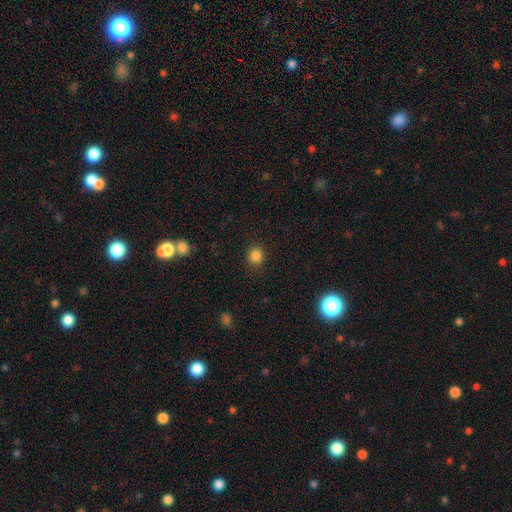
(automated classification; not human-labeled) Q: Smooth or featured?
A: smooth (84%); runner-up: star or artifact (12%)
Q: How rounded?
A: round (85%); runner-up: in between (14%)
Q: Merging?
A: none (90%); runner-up: minor disturbance (6%)